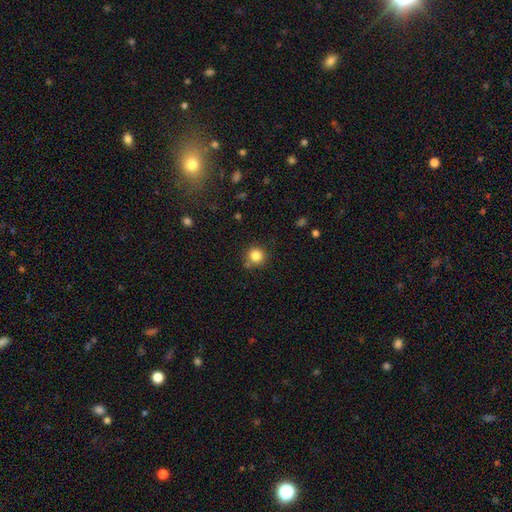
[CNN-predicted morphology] Overall: smooth (83%). How rounded: round (93%). Merging: none (79%).